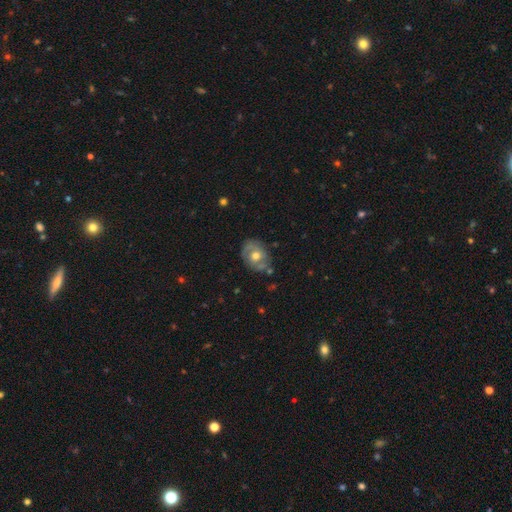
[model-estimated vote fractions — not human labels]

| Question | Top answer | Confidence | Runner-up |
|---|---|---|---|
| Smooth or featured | featured or disk | 48% | smooth (44%) |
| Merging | none | 66% | minor disturbance (22%) |